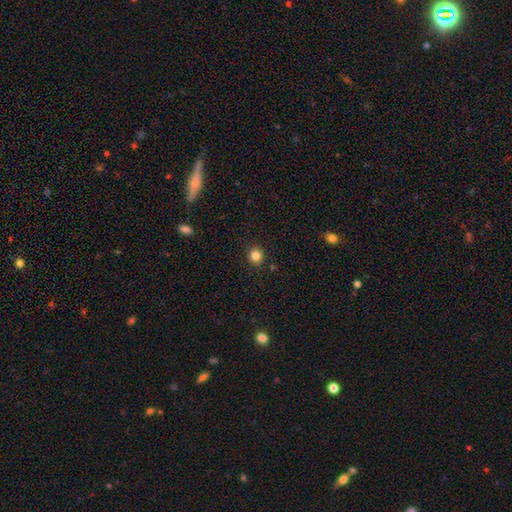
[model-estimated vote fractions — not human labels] smooth_or_featured: smooth (p=0.84) [alt: star or artifact p=0.12]
how_rounded: round (p=0.90) [alt: in between p=0.09]
merging: none (p=0.91) [alt: minor disturbance p=0.06]